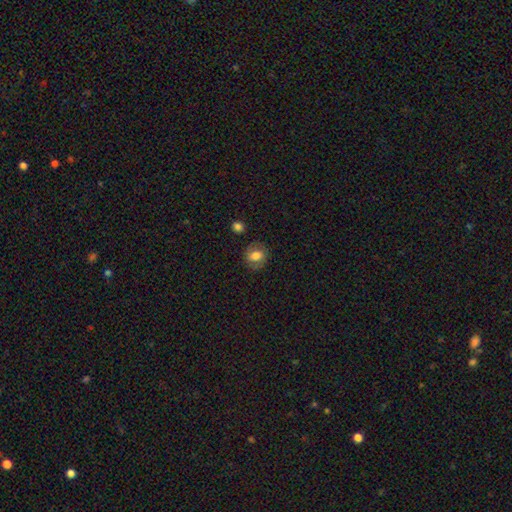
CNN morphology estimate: Smooth or featured? Predicted: smooth (p=0.67). How rounded? Predicted: round (p=0.58). Merging? Predicted: none (p=0.79).